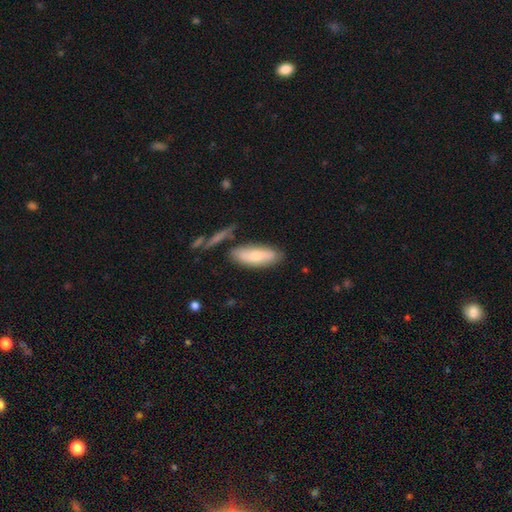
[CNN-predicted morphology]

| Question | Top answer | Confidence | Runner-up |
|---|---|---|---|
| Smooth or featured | smooth | 68% | featured or disk (26%) |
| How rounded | in between | 69% | cigar-shaped (29%) |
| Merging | none | 72% | minor disturbance (17%) |